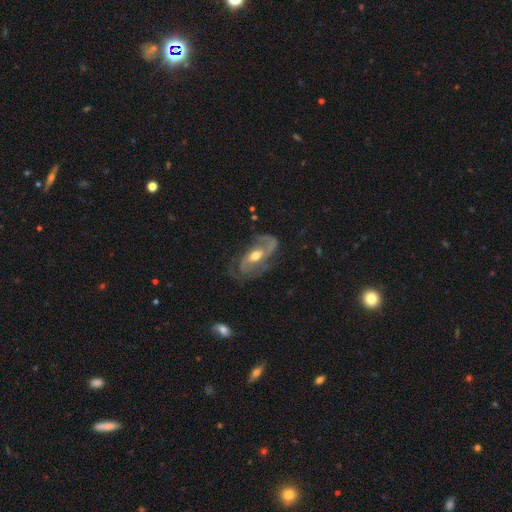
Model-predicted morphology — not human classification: Smooth or featured? featured or disk (84%)
Edge-on disk? no (94%)
Bar? weak (40%, tied with no)
Spiral arms? yes (92%)
Spiral winding? medium (46%)
Spiral arm count? 2 (71%)
Bulge size? moderate (73%)
Merging? none (57%)